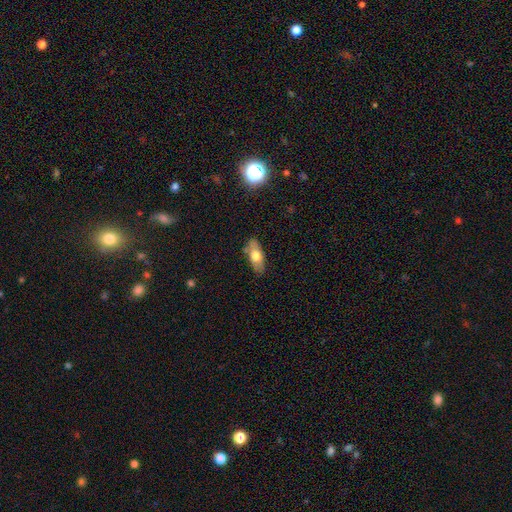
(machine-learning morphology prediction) type=smooth (65%); roundness=in between (80%); merging=none (78%).